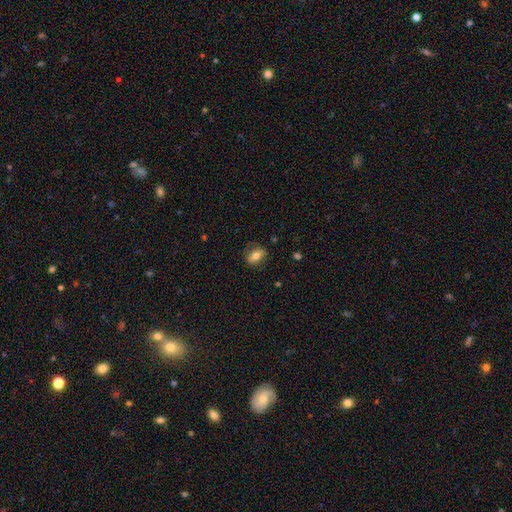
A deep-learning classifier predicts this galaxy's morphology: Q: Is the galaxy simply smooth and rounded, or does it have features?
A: smooth — 72%.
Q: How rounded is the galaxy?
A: in between — 77%.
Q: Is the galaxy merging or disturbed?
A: none — 82%.